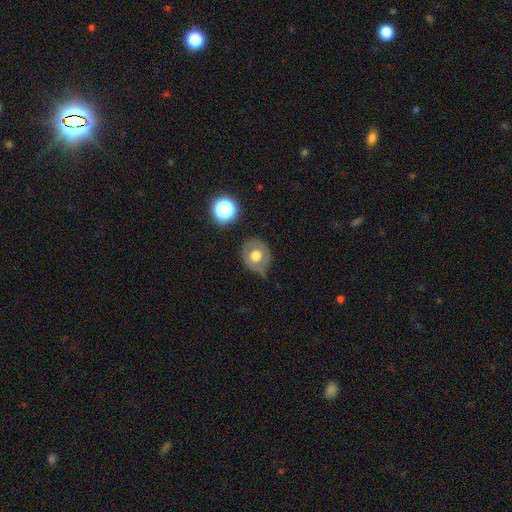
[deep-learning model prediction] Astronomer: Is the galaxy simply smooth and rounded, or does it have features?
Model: smooth — 54% (runner-up: featured or disk, 37%).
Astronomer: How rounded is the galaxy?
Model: round — 78%.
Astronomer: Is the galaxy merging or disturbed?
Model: none — 61%.